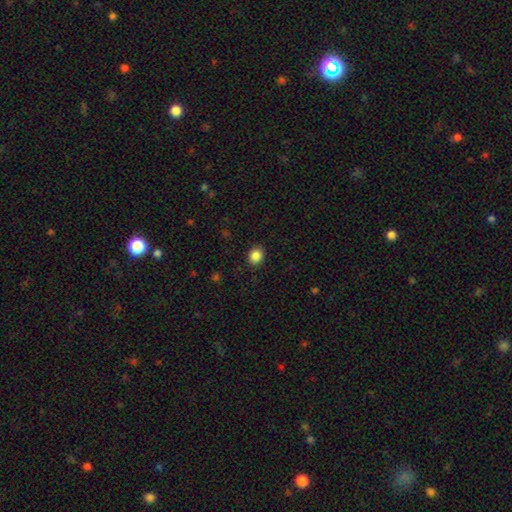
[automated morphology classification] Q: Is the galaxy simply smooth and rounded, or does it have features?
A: smooth — 86%.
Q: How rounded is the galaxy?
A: round — 71%.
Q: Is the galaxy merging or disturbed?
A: none — 90%.